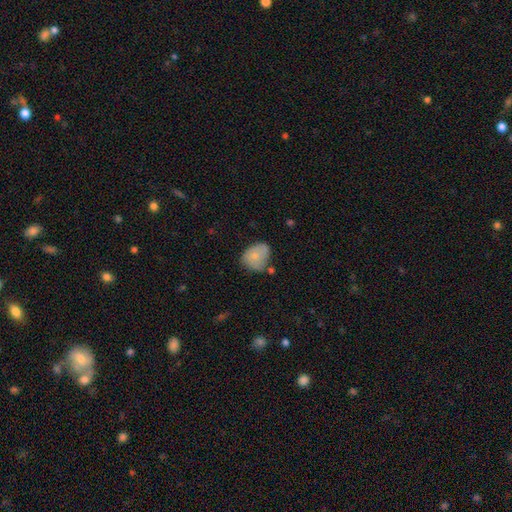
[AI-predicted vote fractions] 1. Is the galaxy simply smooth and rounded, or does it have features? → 78% smooth, 14% featured or disk, 8% star or artifact.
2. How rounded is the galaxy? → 59% in between, 40% round, 1% cigar-shaped.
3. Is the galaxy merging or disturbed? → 48% none, 34% minor disturbance, 10% major disturbance, 7% merger.